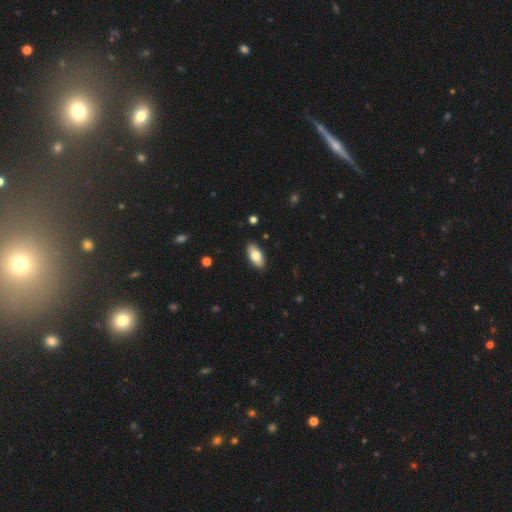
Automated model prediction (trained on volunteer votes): This appears to be a smooth galaxy with no disk features (77%) that is in between round and cigar-shaped (89%). Merging: none (89%).